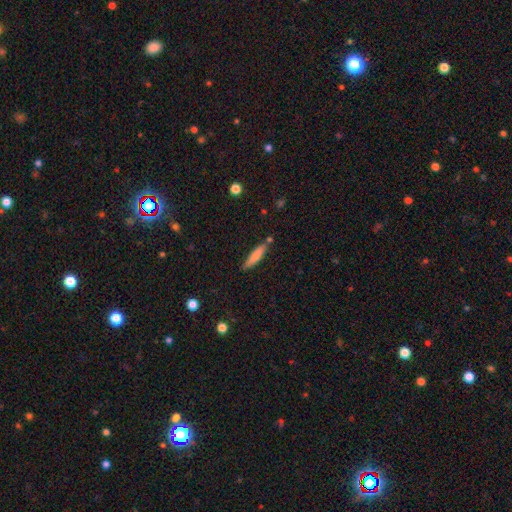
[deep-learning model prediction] Smooth or featured: smooth — 76% (featured or disk — 17%)
How rounded: cigar-shaped — 84% (in between — 14%)
Merging: none — 78% (minor disturbance — 13%)